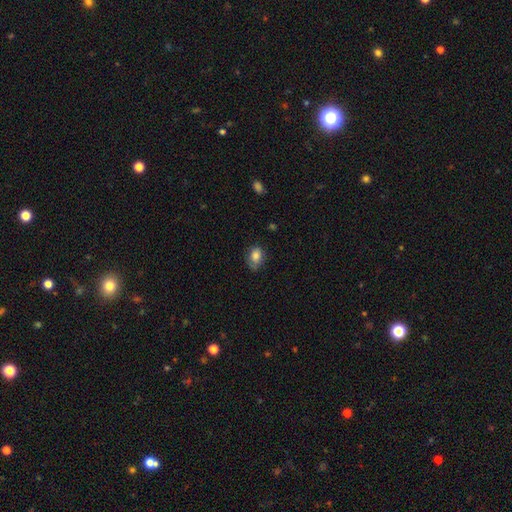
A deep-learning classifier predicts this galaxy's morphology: Q: Smooth or featured?
A: smooth (80%); runner-up: featured or disk (11%)
Q: How rounded?
A: in between (66%); runner-up: round (33%)
Q: Merging?
A: none (60%); runner-up: minor disturbance (30%)